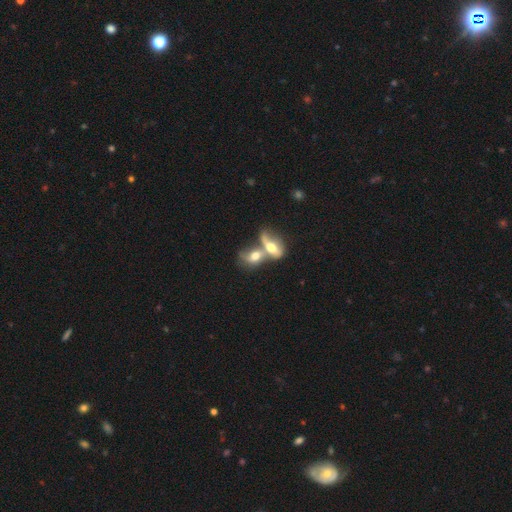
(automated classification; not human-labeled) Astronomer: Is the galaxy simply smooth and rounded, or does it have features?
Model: smooth — 52% (runner-up: featured or disk, 39%).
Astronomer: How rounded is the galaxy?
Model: in between — 73%.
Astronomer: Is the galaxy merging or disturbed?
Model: merger — 76%.